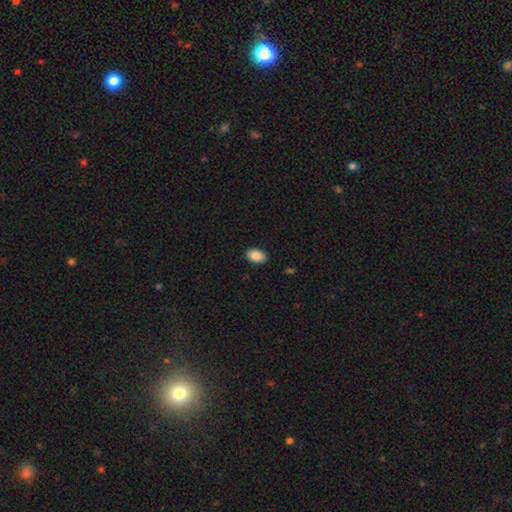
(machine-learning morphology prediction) smooth 88%, star or artifact 7%, featured or disk 5%. Down the decision tree: how rounded — in between (87%); merging — none (88%).